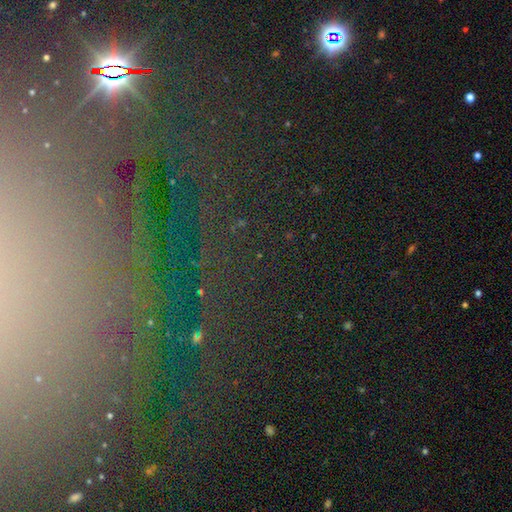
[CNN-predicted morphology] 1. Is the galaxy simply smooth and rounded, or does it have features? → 68% star or artifact, 18% featured or disk, 15% smooth.